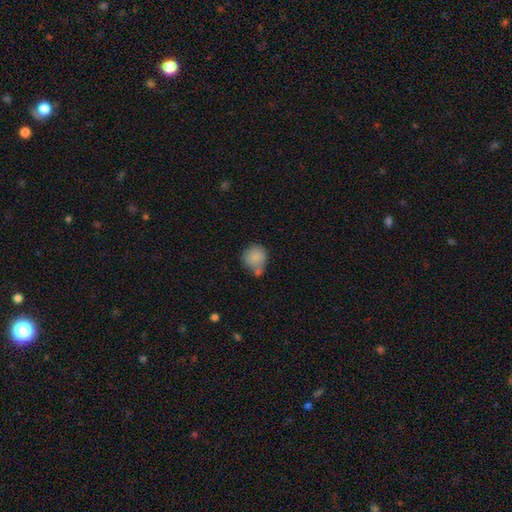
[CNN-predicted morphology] Smooth or featured?
  - smooth: 84% *
  - star or artifact: 9%
  - featured or disk: 8%
How rounded?
  - round: 80% *
  - in between: 19%
  - cigar-shaped: 1%
Merging?
  - none: 44% *
  - merger: 26%
  - minor disturbance: 22%
  - major disturbance: 8%